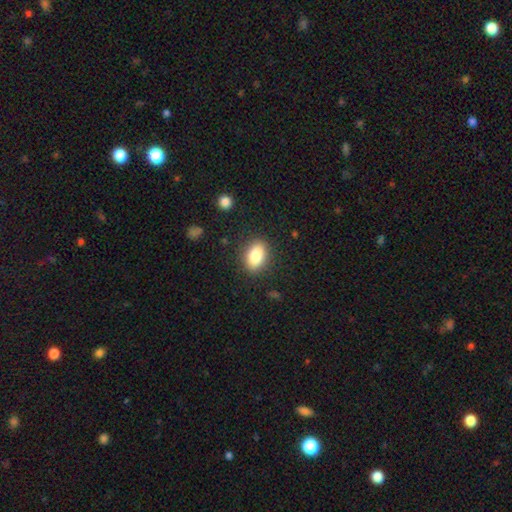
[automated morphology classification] This appears to be a smooth galaxy with no disk features (84%) that is in between round and cigar-shaped (85%). Merging: none (86%).